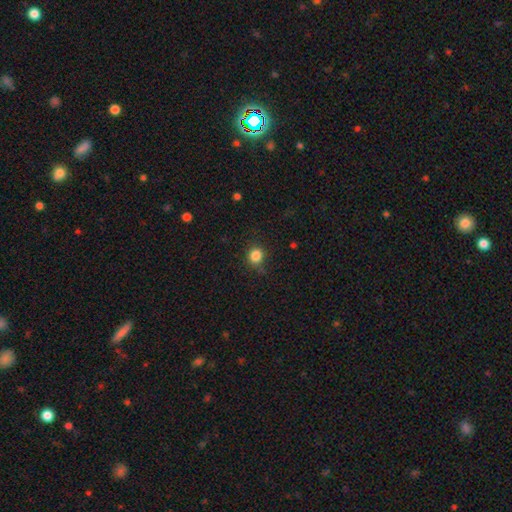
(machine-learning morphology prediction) smooth-or-featured: smooth: 84% | star or artifact: 12% | featured or disk: 4%
  how-rounded: round: 87% | in between: 12% | cigar-shaped: 1%
  merging: none: 81% | minor disturbance: 14% | major disturbance: 4% | merger: 2%